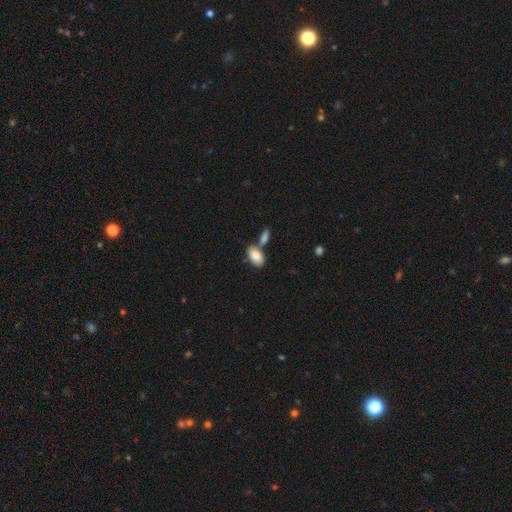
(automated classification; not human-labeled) Smooth or featured? smooth (84%)
How rounded? in between (93%)
Merging? none (52%)